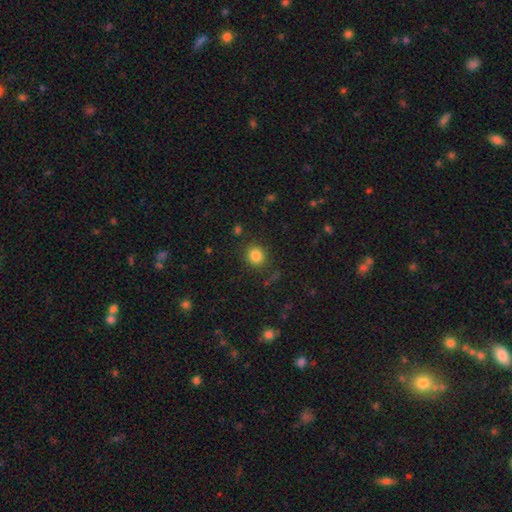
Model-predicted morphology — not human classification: A smooth galaxy with no disk features (83%) that is round (88%).

Vote fractions:
- Smooth or featured? smooth: 83% / star or artifact: 12% / featured or disk: 5%
- How rounded? round: 88% / in between: 11% / cigar-shaped: 1%
- Merging? none: 87% / minor disturbance: 8% / major disturbance: 3% / merger: 2%